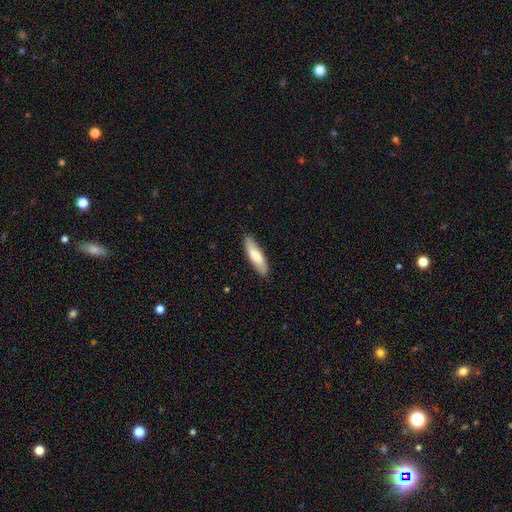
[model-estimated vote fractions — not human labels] This is likely a smooth galaxy (74%). How rounded: likely cigar-shaped (66%). Merging: clearly none (88%).